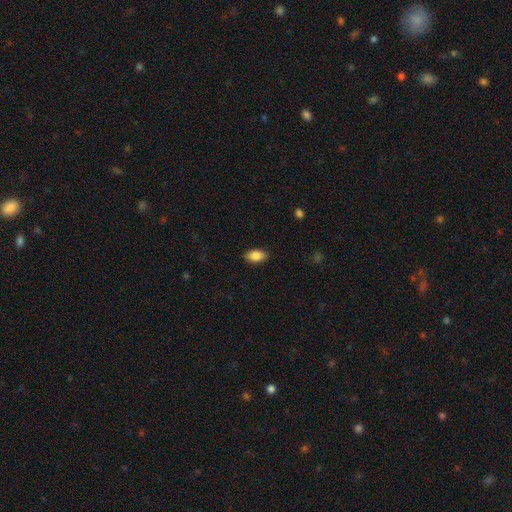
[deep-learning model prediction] smooth 87%, star or artifact 8%, featured or disk 6%. Down the decision tree: how rounded — in between (92%); merging — none (87%).